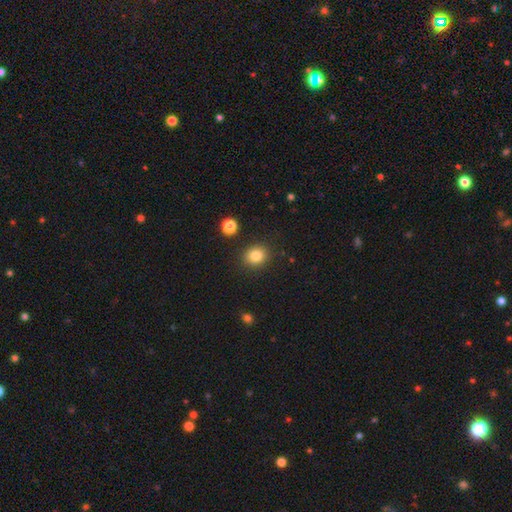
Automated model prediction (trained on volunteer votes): smooth-or-featured: smooth: 82% | star or artifact: 11% | featured or disk: 6%
  how-rounded: round: 76% | in between: 23% | cigar-shaped: 1%
  merging: none: 88% | minor disturbance: 7% | major disturbance: 2% | merger: 2%